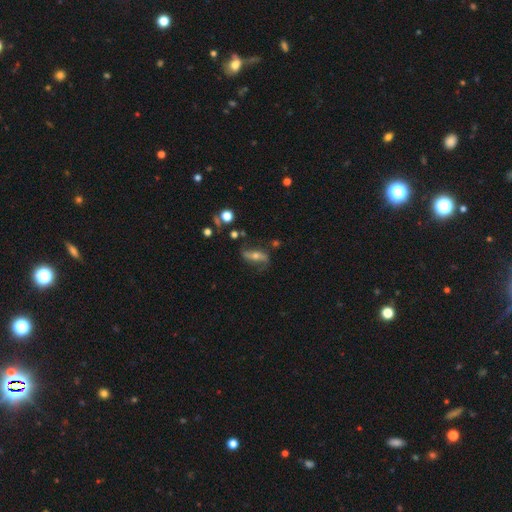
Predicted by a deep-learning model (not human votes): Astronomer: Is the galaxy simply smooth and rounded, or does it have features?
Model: featured or disk — 66%.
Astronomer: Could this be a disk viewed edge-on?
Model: no — 77%.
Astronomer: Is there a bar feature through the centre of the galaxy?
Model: strong — 41% (runner-up: no, 36%).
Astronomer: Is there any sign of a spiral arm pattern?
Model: yes — 82%.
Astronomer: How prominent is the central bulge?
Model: moderate — 54% (runner-up: small, 39%).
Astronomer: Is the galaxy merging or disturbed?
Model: none — 67%.